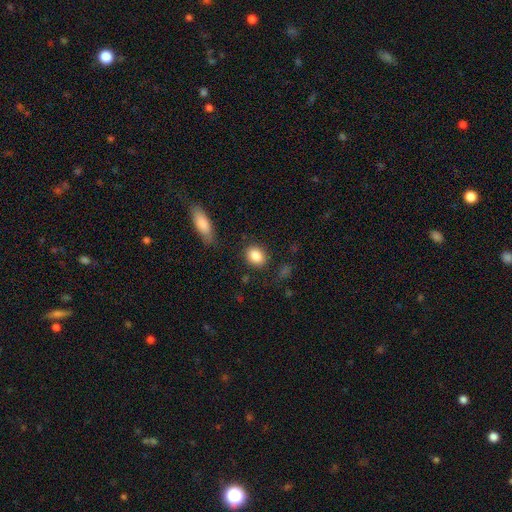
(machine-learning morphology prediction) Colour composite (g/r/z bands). It shows a smooth galaxy with no disk features (86%) that is in between round and cigar-shaped (56%). Merging: none (84%).